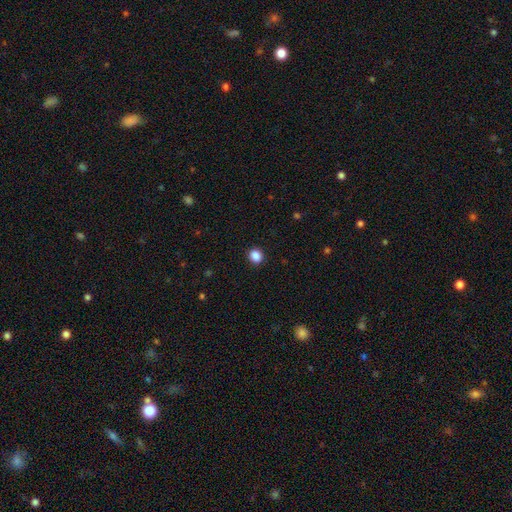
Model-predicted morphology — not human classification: A smooth galaxy with no disk features (87%) that is round (71%).

Vote fractions:
- Smooth or featured? smooth: 87% / star or artifact: 10% / featured or disk: 3%
- How rounded? round: 71% / in between: 28% / cigar-shaped: 1%
- Merging? none: 91% / minor disturbance: 6% / major disturbance: 2% / merger: 1%